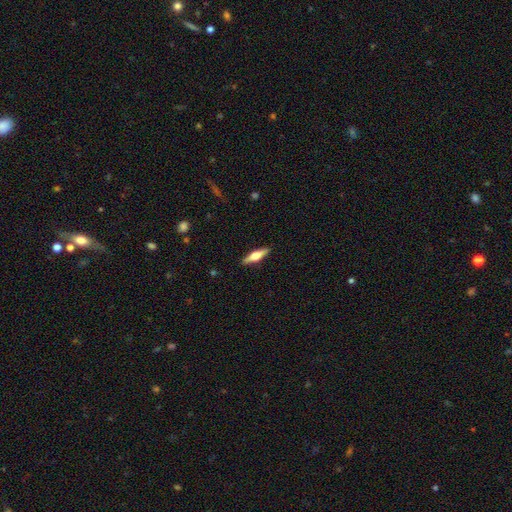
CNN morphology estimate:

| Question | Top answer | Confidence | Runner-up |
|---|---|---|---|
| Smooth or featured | featured or disk | 59% | smooth (36%) |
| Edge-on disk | yes | 96% | no (4%) |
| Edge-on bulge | rounded | 93% | boxy (5%) |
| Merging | none | 90% | minor disturbance (7%) |